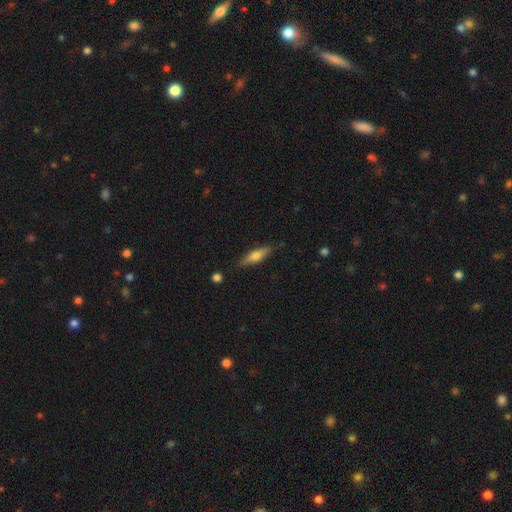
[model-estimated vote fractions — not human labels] Q: Smooth or featured?
A: smooth (54%); runner-up: featured or disk (40%)
Q: How rounded?
A: cigar-shaped (67%); runner-up: in between (31%)
Q: Merging?
A: none (84%); runner-up: minor disturbance (12%)